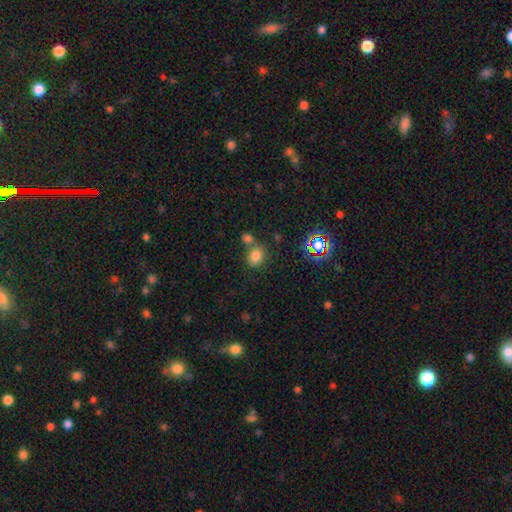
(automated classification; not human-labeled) smooth 76%, star or artifact 17%, featured or disk 7%. Down the decision tree: how rounded — in between (60%); merging — none (54%).